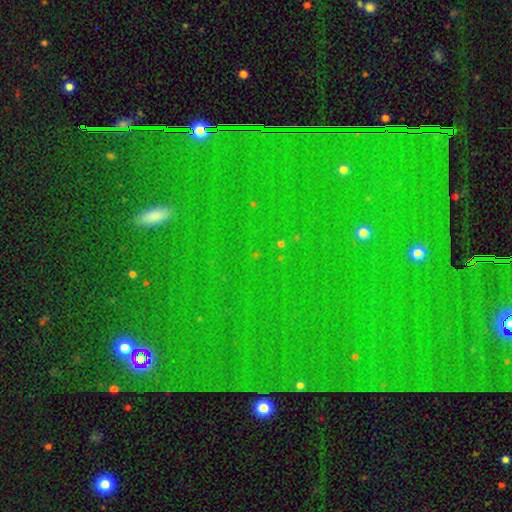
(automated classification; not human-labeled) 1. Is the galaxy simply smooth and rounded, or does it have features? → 80% star or artifact, 12% smooth, 8% featured or disk.